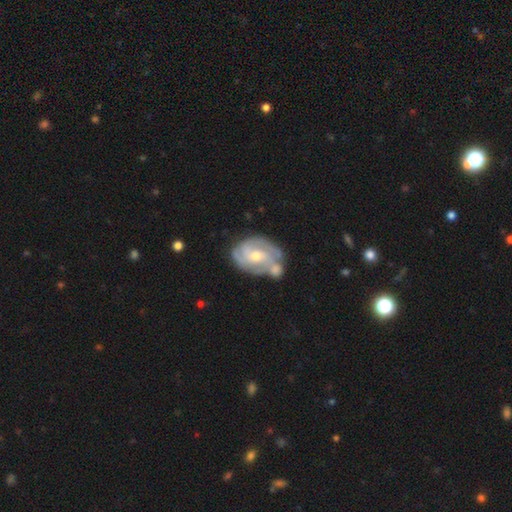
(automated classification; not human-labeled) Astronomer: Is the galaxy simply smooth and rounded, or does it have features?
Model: featured or disk — 80%.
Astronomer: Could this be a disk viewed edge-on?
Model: no — 97%.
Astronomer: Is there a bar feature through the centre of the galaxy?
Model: no — 57% (runner-up: weak, 36%).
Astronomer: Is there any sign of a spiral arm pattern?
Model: yes — 90%.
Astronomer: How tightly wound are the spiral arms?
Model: tight — 54% (runner-up: medium, 36%).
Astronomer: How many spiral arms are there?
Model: can't tell — 28%, tied with 2 at 28%.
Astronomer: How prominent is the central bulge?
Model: moderate — 56% (runner-up: small, 40%).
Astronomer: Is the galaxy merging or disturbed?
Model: none — 42% (runner-up: merger, 30%).